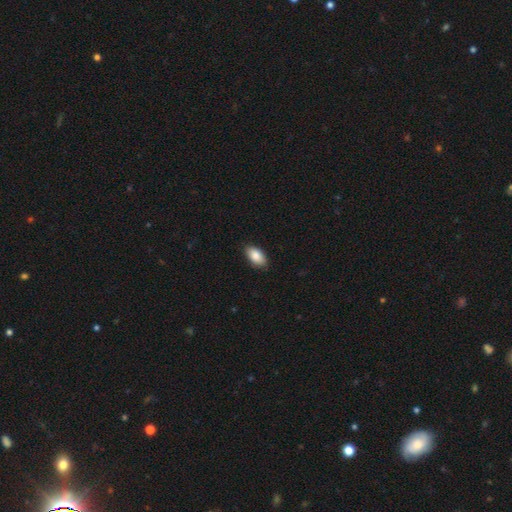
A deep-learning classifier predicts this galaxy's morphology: smooth-or-featured: smooth: 87% | star or artifact: 6% | featured or disk: 6%
  how-rounded: in between: 94% | round: 3% | cigar-shaped: 3%
  merging: none: 87% | minor disturbance: 10% | major disturbance: 2% | merger: 1%